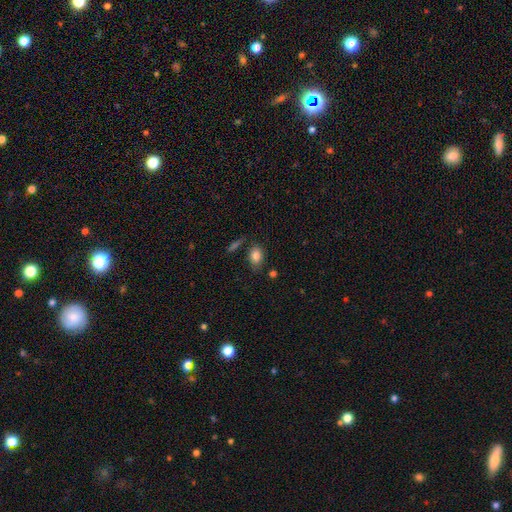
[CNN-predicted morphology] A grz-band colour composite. It shows a smooth galaxy with no disk features (83%) that is in between round and cigar-shaped (77%). Merging: none (73%).